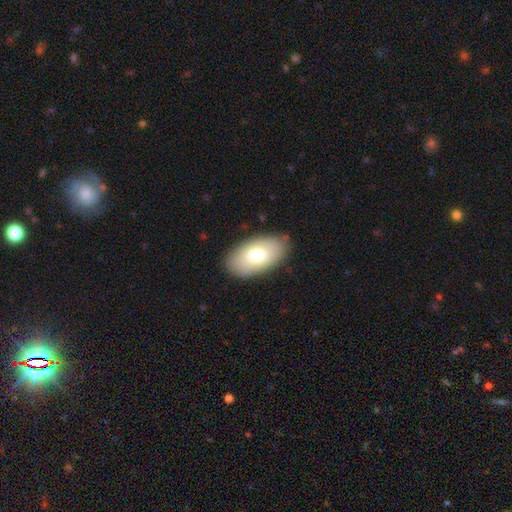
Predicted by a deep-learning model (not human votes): smooth-or-featured: smooth: 75% | featured or disk: 19% | star or artifact: 6%
  how-rounded: in between: 95% | round: 3% | cigar-shaped: 2%
  merging: none: 86% | minor disturbance: 11% | major disturbance: 2% | merger: 1%